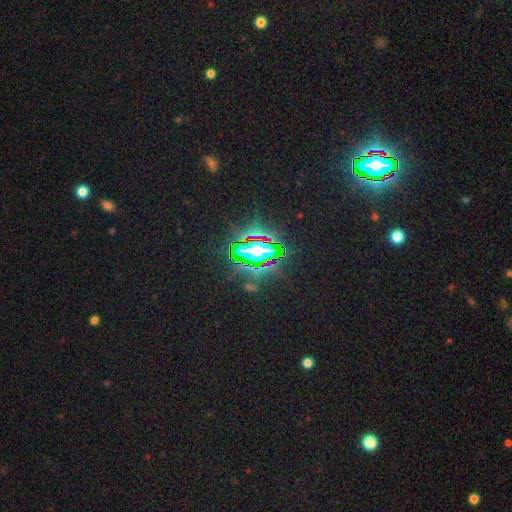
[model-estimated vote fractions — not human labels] A star or artifact, not a galaxy (74%).